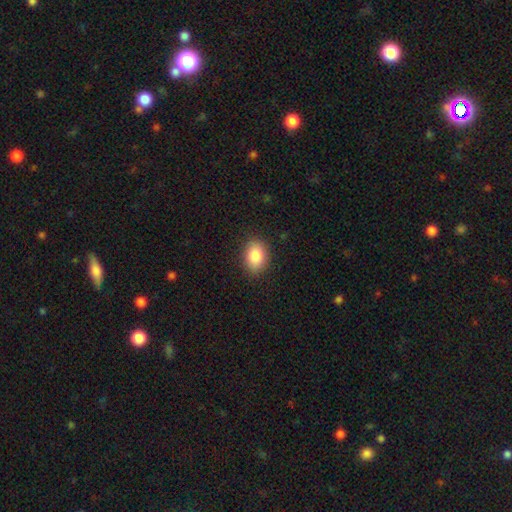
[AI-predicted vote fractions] Smooth or featured? Predicted: smooth (p=0.85). How rounded? Predicted: in between (p=0.72). Merging? Predicted: none (p=0.87).